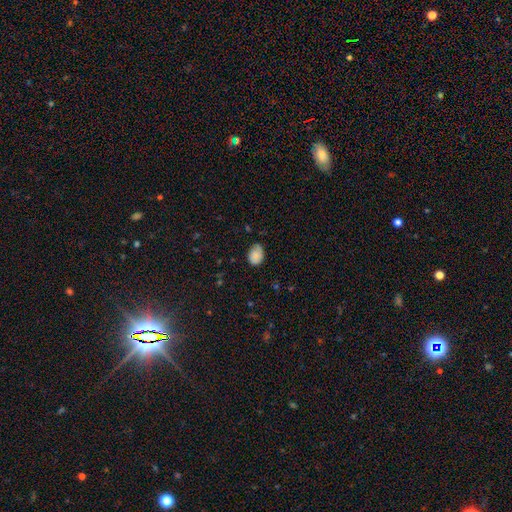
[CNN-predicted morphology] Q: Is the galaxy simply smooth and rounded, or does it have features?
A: smooth — 83%.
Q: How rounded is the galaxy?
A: in between — 75%.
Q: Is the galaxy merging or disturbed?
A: none — 62%.